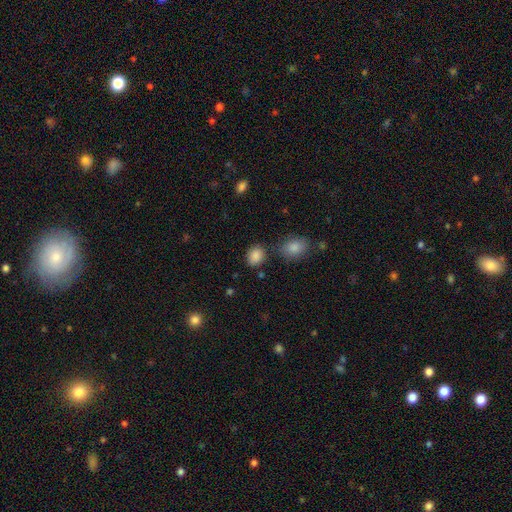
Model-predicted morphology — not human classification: Smooth or featured?
  - smooth: 87% *
  - star or artifact: 9%
  - featured or disk: 4%
How rounded?
  - round: 51% *
  - in between: 48%
  - cigar-shaped: 1%
Merging?
  - none: 78% *
  - minor disturbance: 12%
  - merger: 6%
  - major disturbance: 4%